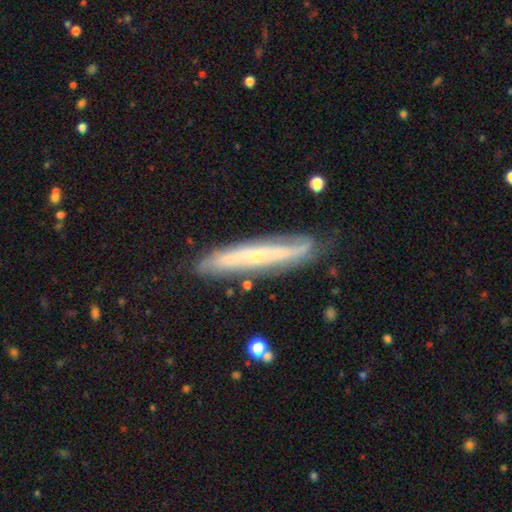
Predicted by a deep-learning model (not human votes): smooth-or-featured: featured or disk: 69% | smooth: 24% | star or artifact: 7%
  disk-edge-on: yes: 61% | no: 39%
  merging: none: 76% | minor disturbance: 18% | major disturbance: 4% | merger: 2%